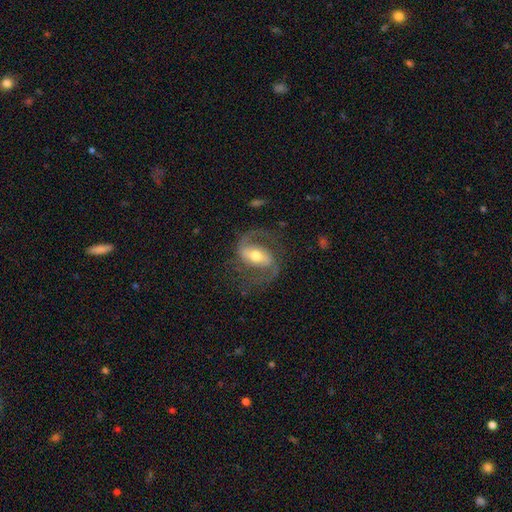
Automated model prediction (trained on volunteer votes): smooth-or-featured: featured or disk: 86% | smooth: 9% | star or artifact: 5%
  disk-edge-on: no: 97% | yes: 3%
    bar: weak: 41% | strong: 38% | no: 21%
    has-spiral-arms: yes: 95% | no: 5%
      spiral-winding: medium: 56% | loose: 30% | tight: 14%
      spiral-arm-count: 2: 90% | 1: 3% | can't tell: 3% | 3: 1% | 4: 1% | more than 4: 1%
    bulge-size: moderate: 69% | small: 18% | large: 11% | dominant: 1% | none: 1%
  merging: none: 70% | minor disturbance: 15% | major disturbance: 14% | merger: 2%